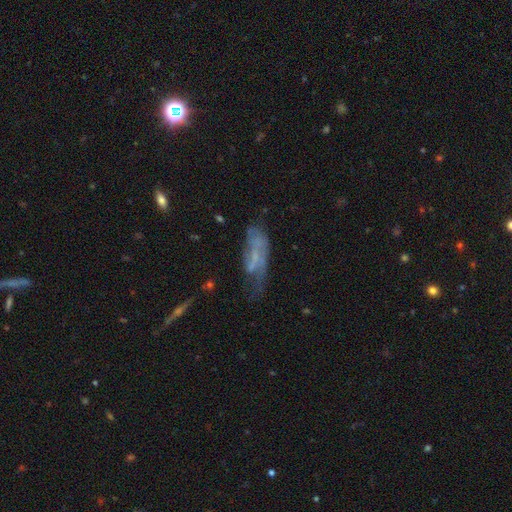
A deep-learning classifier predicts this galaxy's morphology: Q: Smooth or featured?
A: featured or disk (59%); runner-up: smooth (30%)
Q: Edge-on disk?
A: no (83%); runner-up: yes (17%)
Q: Merging?
A: none (36%); runner-up: major disturbance (30%)